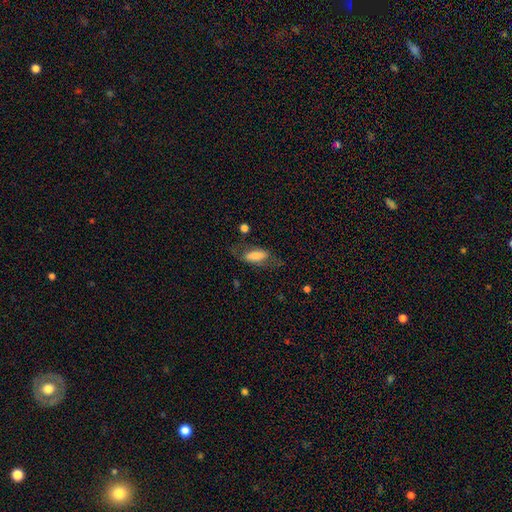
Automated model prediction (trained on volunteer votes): Smooth or featured: smooth — 66% (featured or disk — 26%)
How rounded: in between — 79% (cigar-shaped — 18%)
Merging: none — 53% (minor disturbance — 23%)